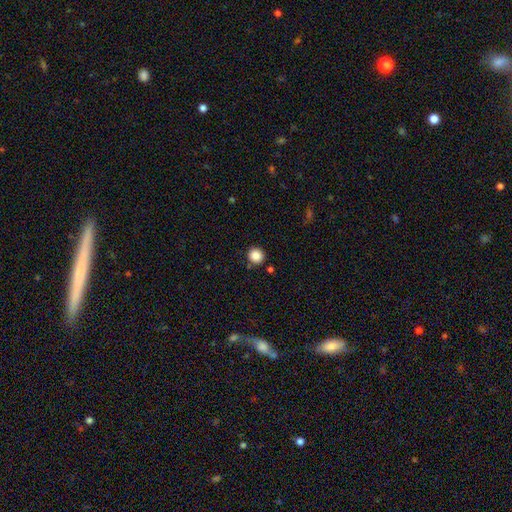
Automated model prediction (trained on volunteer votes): This appears to be a smooth galaxy with no disk features (87%) that is round (90%). Merging: none (88%).